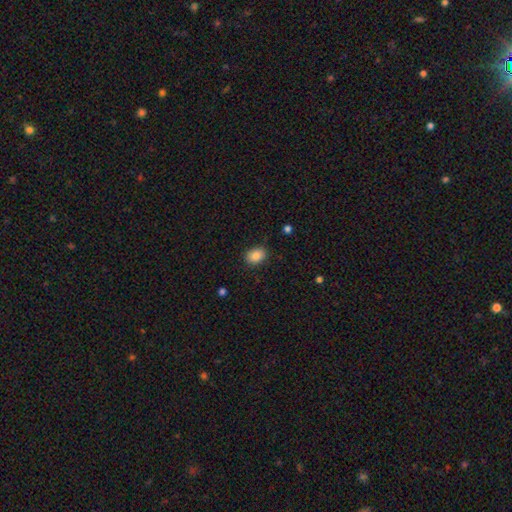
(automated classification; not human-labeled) This appears to be a smooth galaxy with no disk features (86%) that is in between round and cigar-shaped (70%). Merging: none (85%).